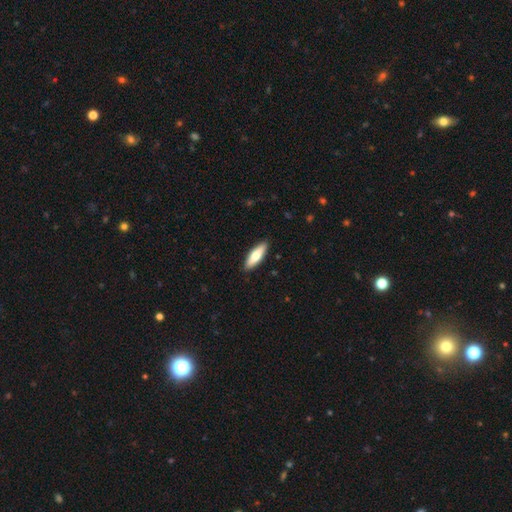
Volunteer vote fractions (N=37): smooth_or_featured: smooth (p=0.70) [alt: featured or disk p=0.24]
how_rounded: in between (p=0.62) [alt: cigar-shaped p=0.38]
merging: none (p=0.89) [alt: minor disturbance p=0.09]